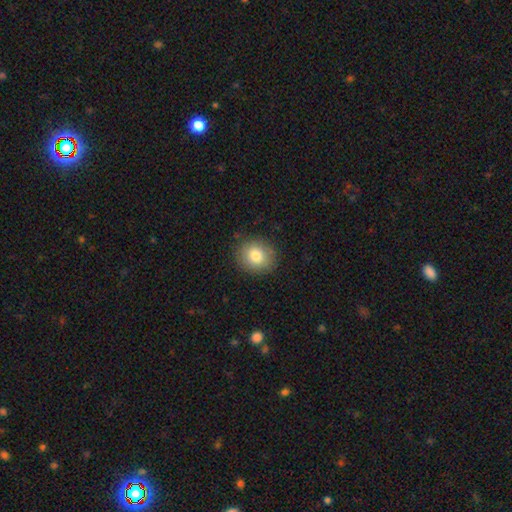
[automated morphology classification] smooth 81%, featured or disk 10%, star or artifact 9%. Down the decision tree: how rounded — round (78%); merging — none (87%).